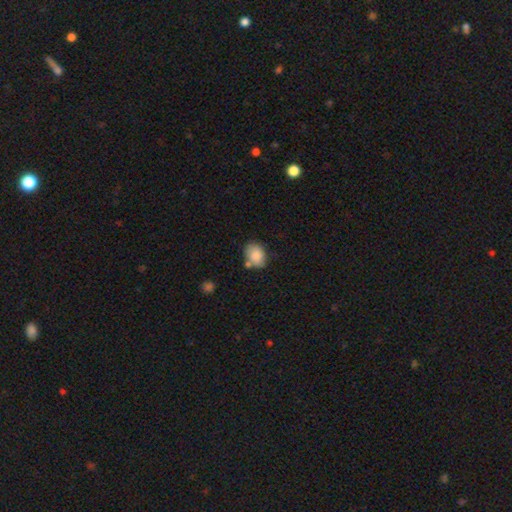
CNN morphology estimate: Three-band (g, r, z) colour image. It shows a smooth galaxy with no disk features (84%) that is in between round and cigar-shaped (72%). Merging: none (60%).